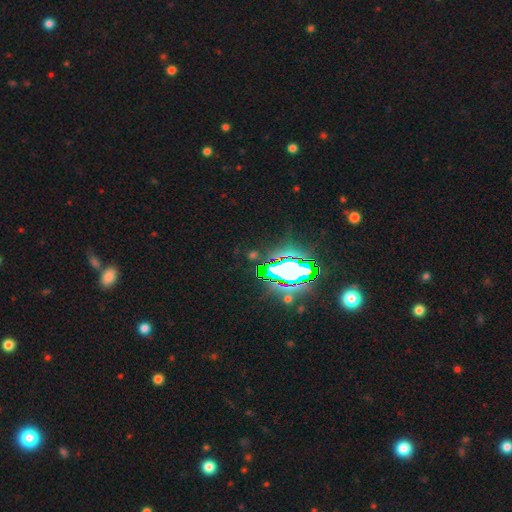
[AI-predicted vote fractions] smooth_or_featured: star or artifact (p=0.69) [alt: featured or disk p=0.16]